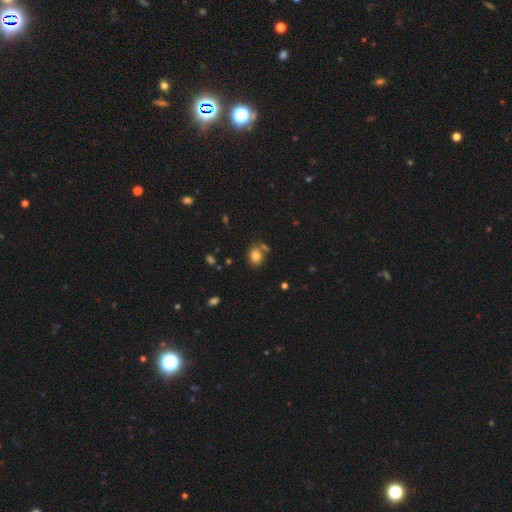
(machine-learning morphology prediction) type=smooth (82%); roundness=in between (53%); merging=none (64%).